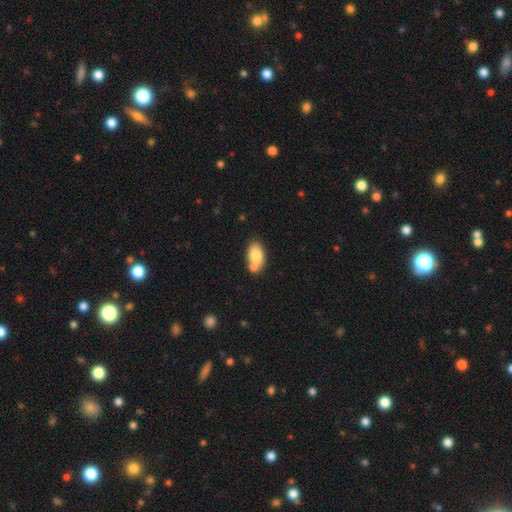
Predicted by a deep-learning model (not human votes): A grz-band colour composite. It shows a smooth galaxy with no disk features (78%) that is in between round and cigar-shaped (88%). Merging: none (50%).